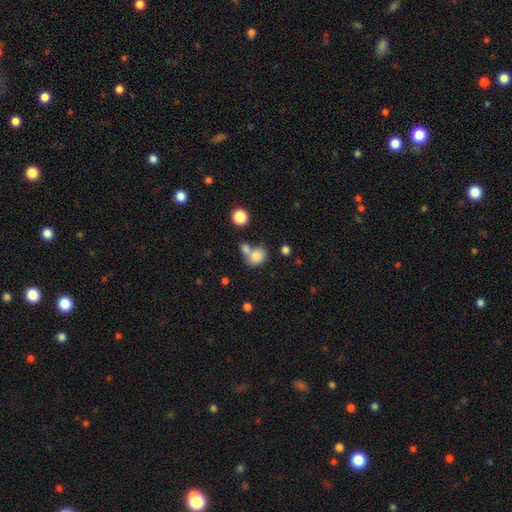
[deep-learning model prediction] Smooth or featured?
  - smooth: 81% *
  - star or artifact: 10%
  - featured or disk: 9%
How rounded?
  - round: 51% *
  - in between: 48%
  - cigar-shaped: 1%
Merging?
  - none: 44% *
  - merger: 40%
  - minor disturbance: 12%
  - major disturbance: 5%